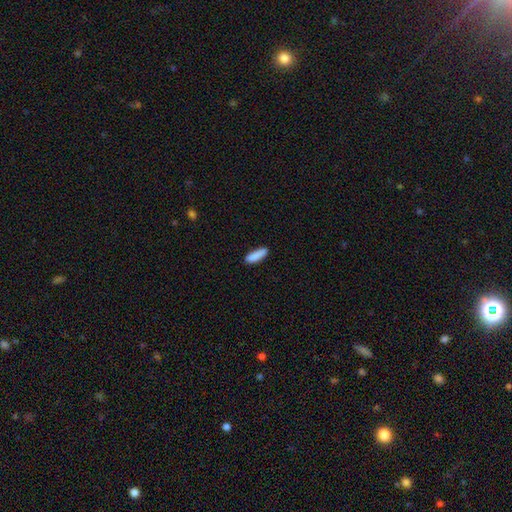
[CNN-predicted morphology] Smooth or featured?
  - smooth: 87% *
  - star or artifact: 7%
  - featured or disk: 6%
How rounded?
  - cigar-shaped: 64% *
  - in between: 34%
  - round: 2%
Merging?
  - none: 81% *
  - minor disturbance: 14%
  - major disturbance: 3%
  - merger: 2%